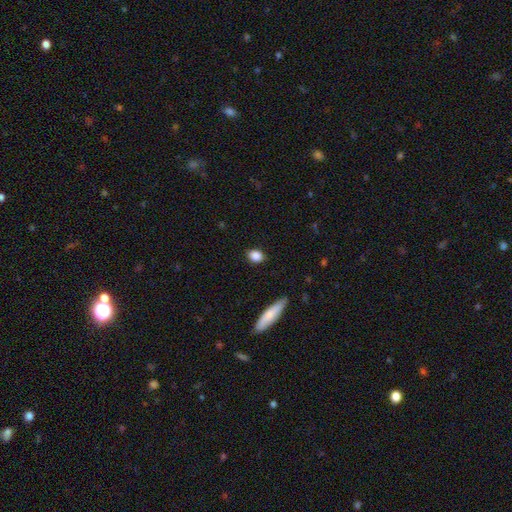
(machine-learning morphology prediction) Overall: smooth (86%). How rounded: in between (59%; round 37%). Merging: none (84%).